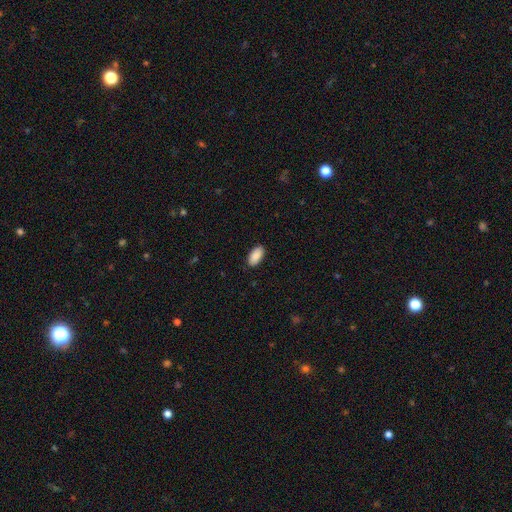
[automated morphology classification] Smooth or featured?
  - smooth: 90% *
  - star or artifact: 6%
  - featured or disk: 3%
How rounded?
  - in between: 95% *
  - cigar-shaped: 3%
  - round: 2%
Merging?
  - none: 89% *
  - minor disturbance: 8%
  - major disturbance: 2%
  - merger: 1%